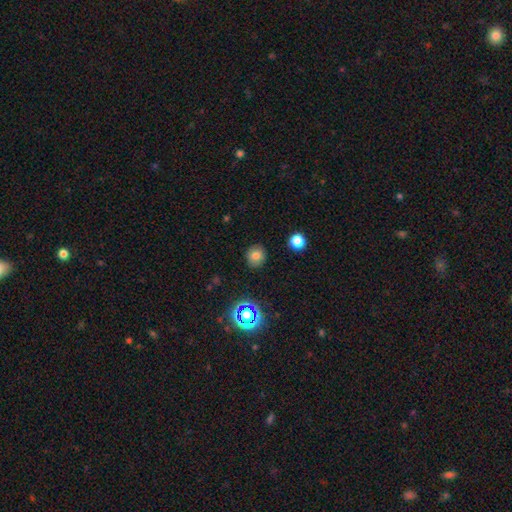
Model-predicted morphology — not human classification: Smooth or featured?
  - smooth: 75% *
  - star or artifact: 16%
  - featured or disk: 8%
How rounded?
  - round: 84% *
  - in between: 15%
  - cigar-shaped: 1%
Merging?
  - none: 88% *
  - minor disturbance: 8%
  - major disturbance: 3%
  - merger: 1%